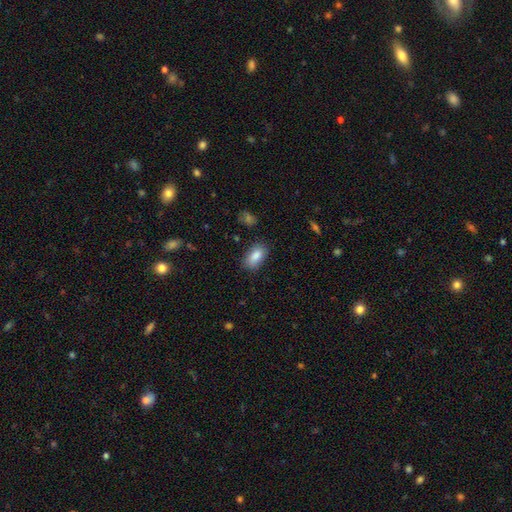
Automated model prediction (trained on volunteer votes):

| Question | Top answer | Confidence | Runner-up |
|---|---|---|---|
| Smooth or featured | smooth | 87% | star or artifact (7%) |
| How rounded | in between | 92% | round (4%) |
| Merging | none | 82% | minor disturbance (13%) |